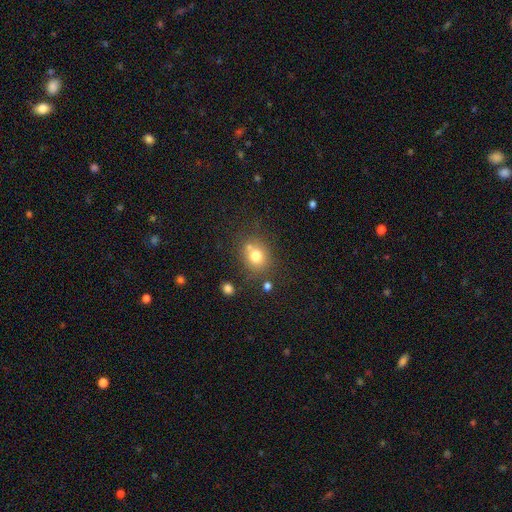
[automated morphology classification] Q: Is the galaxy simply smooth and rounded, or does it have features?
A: smooth — 75%.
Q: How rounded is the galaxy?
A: round — 72%.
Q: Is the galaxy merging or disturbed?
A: none — 65%.